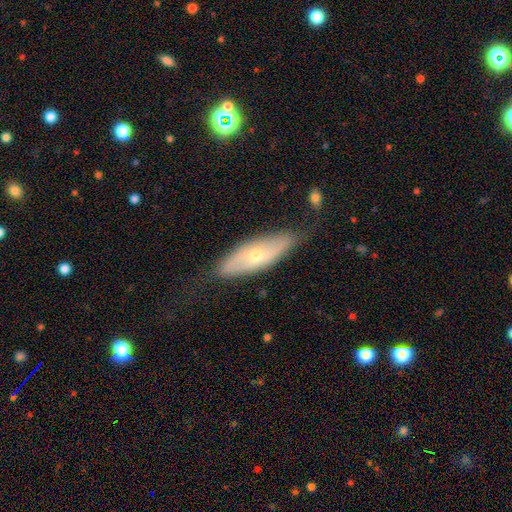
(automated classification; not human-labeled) Overall: featured or disk (52%; smooth 42%). Edge-on disk: no (65%; yes 35%). Merging: none (71%).